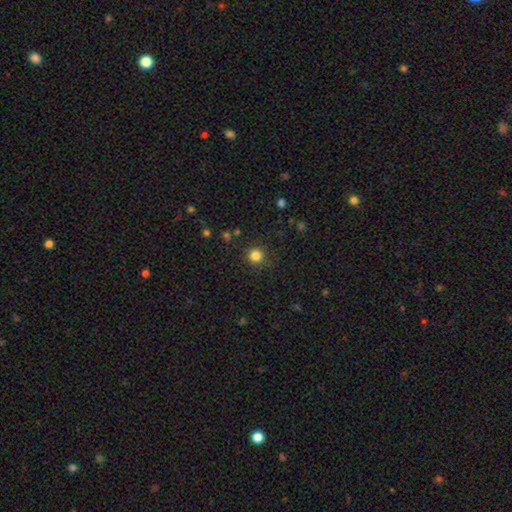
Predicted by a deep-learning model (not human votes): This is clearly a smooth galaxy (83%). How rounded: clearly round (94%). Merging: clearly none (89%).